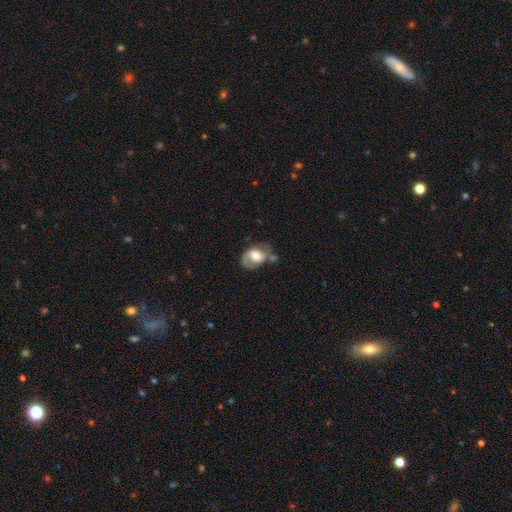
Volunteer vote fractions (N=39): Volunteers were most divided on "bar": weak: 44%, no: 37%, strong: 19%. Remaining: edge-on disk — no (100%); spiral arms — yes (93%); smooth or featured — featured or disk (69%); spiral arm count — 2 (56%); bulge size — moderate (56%); merging — none (49%); spiral winding — medium (48%).